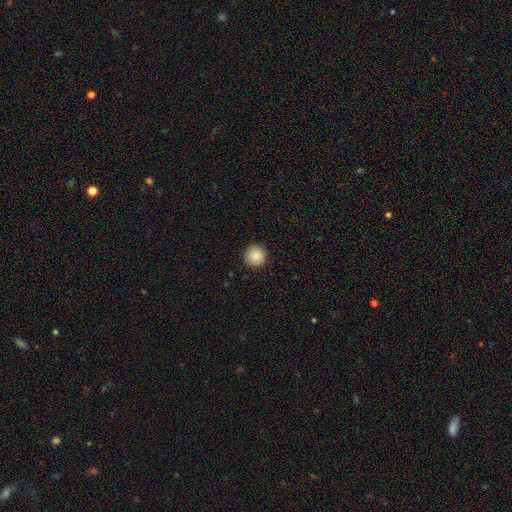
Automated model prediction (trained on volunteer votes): This is clearly a smooth galaxy (88%). How rounded: clearly round (96%). Merging: clearly none (92%).